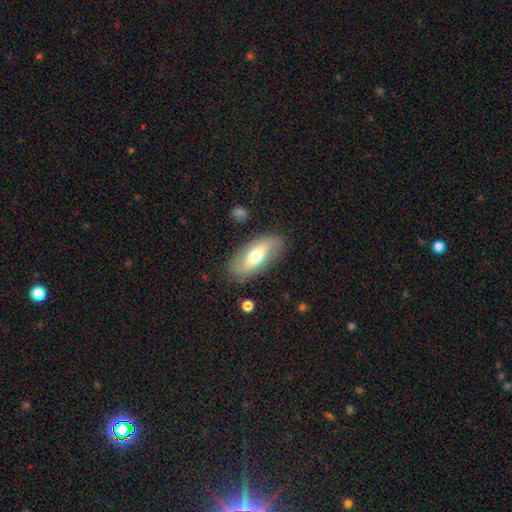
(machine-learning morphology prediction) Smooth or featured?
  - smooth: 48% *
  - featured or disk: 46%
  - star or artifact: 6%
Merging?
  - none: 83% *
  - minor disturbance: 12%
  - major disturbance: 4%
  - merger: 2%